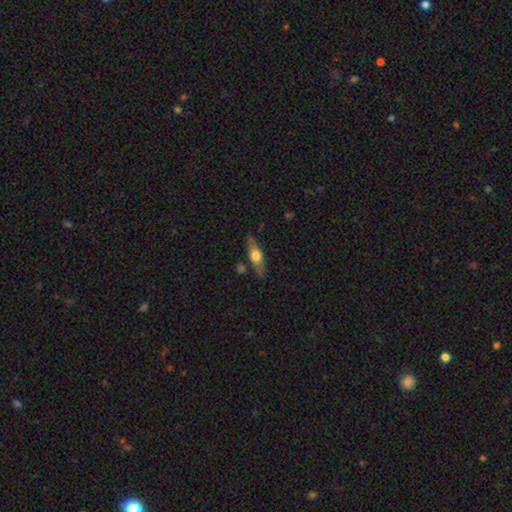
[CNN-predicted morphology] Smooth or featured: featured or disk — 50% (smooth — 45%)
Merging: none — 79% (minor disturbance — 14%)